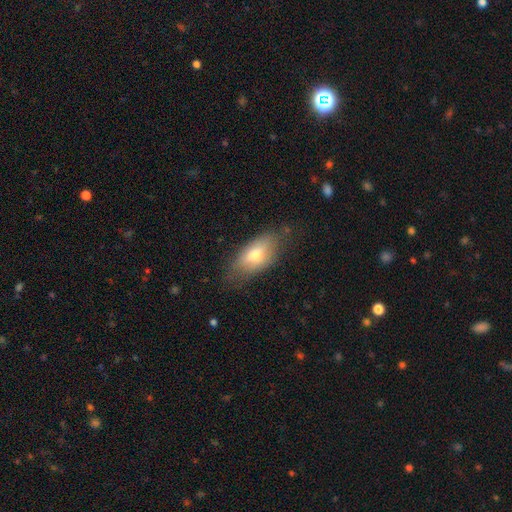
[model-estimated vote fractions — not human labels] smooth_or_featured: smooth (p=0.69) [alt: featured or disk p=0.24]
how_rounded: in between (p=0.88) [alt: cigar-shaped p=0.08]
merging: none (p=0.69) [alt: minor disturbance p=0.23]